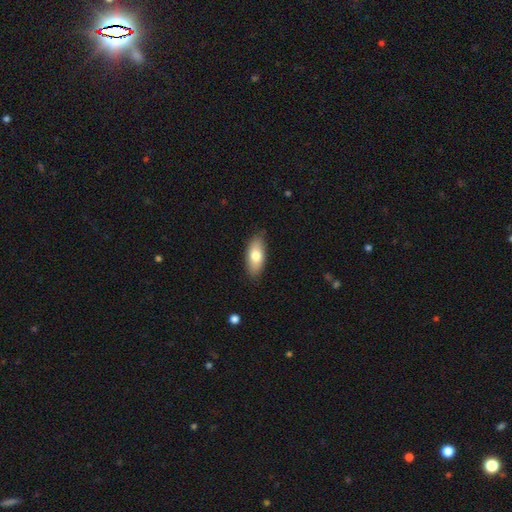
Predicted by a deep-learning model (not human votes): The model was most divided on "smooth or featured": smooth: 76%, featured or disk: 18%, star or artifact: 6%. More confident: how rounded — in between (85%); merging — none (85%).